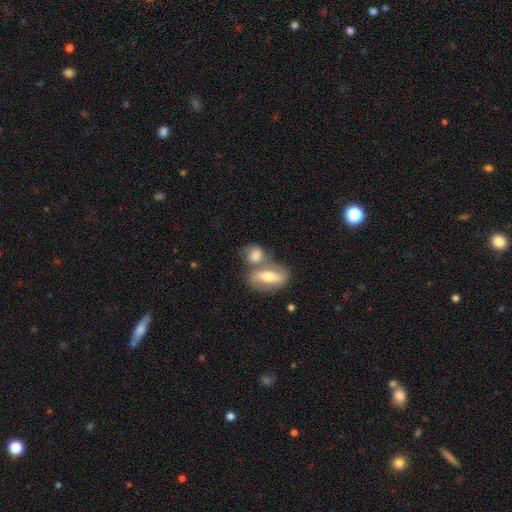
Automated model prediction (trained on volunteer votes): Overall: smooth (58%; featured or disk 34%). How rounded: in between (68%). Merging: merger (50%; none 34%).